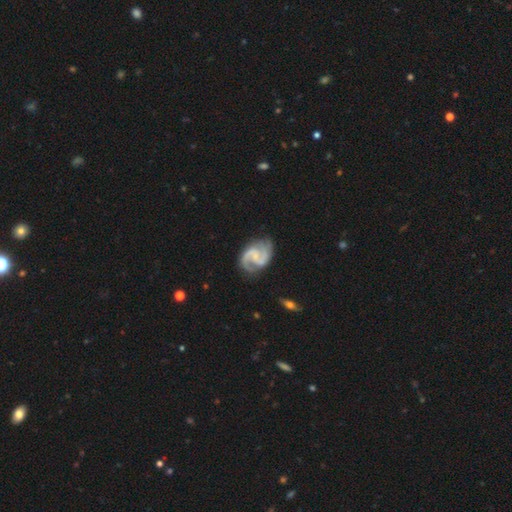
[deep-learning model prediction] A featured or disk galaxy (91%) with a weak bar (45%), 2 (90%) medium (58%) spiral arms (98%) and a small central bulge (53%). Merging: none (73%).